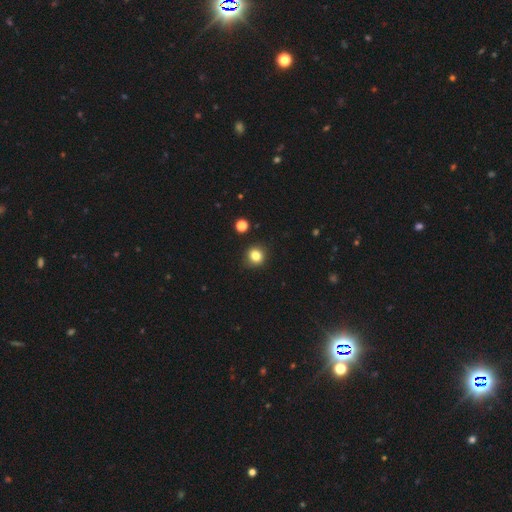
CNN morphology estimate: This is clearly a smooth galaxy (82%). How rounded: clearly round (87%). Merging: clearly none (88%).